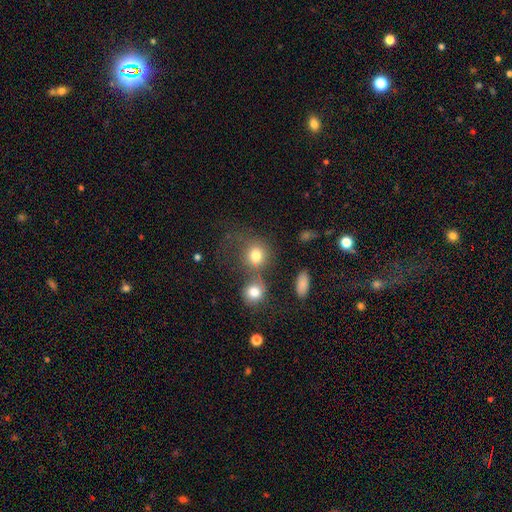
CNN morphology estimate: Q: Smooth or featured?
A: smooth (77%); runner-up: star or artifact (12%)
Q: How rounded?
A: round (81%); runner-up: in between (18%)
Q: Merging?
A: none (44%); runner-up: merger (33%)